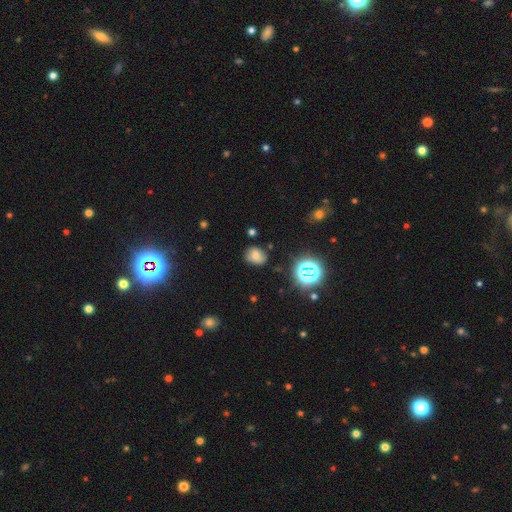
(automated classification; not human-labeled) This is likely a smooth galaxy (64%). How rounded: possibly in between (59%). Merging: likely none (76%).